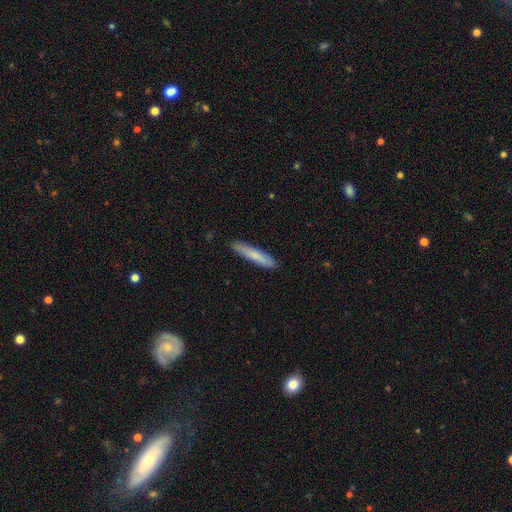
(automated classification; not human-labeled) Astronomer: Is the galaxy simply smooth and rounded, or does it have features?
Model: smooth — 73%.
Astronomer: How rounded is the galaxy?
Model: cigar-shaped — 92%.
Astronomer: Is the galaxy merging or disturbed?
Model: none — 88%.